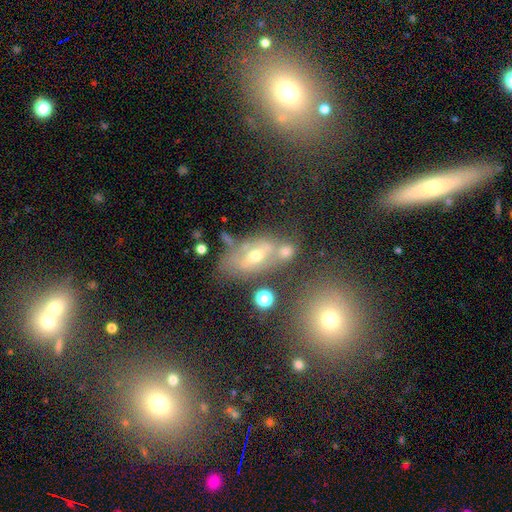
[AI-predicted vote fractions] Overall: featured or disk (49%; smooth 33%). Merging: none (55%; merger 18%).